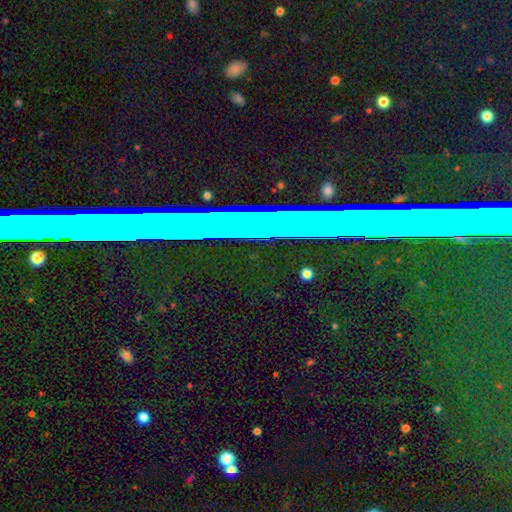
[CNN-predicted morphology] Overall: star or artifact (77%).